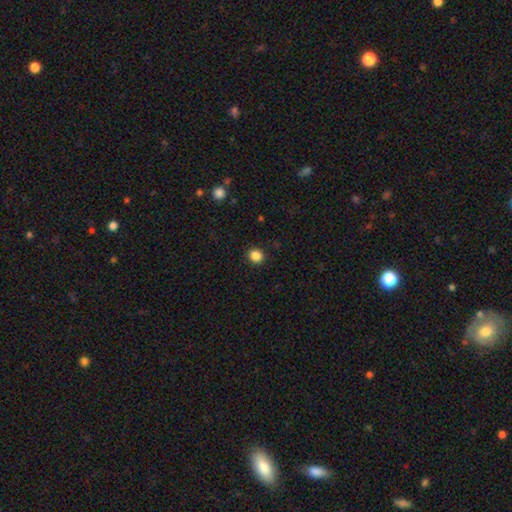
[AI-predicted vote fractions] smooth 86%, star or artifact 11%, featured or disk 3%. Down the decision tree: how rounded — round (87%); merging — none (92%).